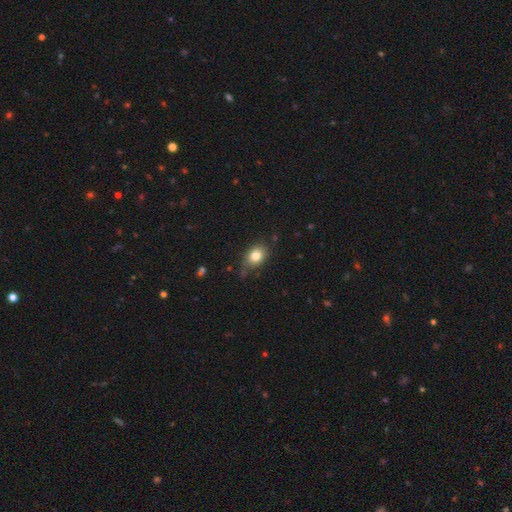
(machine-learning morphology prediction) The model was most divided on "how rounded": in between: 59%, round: 39%, cigar-shaped: 1%. More confident: smooth or featured — smooth (80%); merging — none (73%).